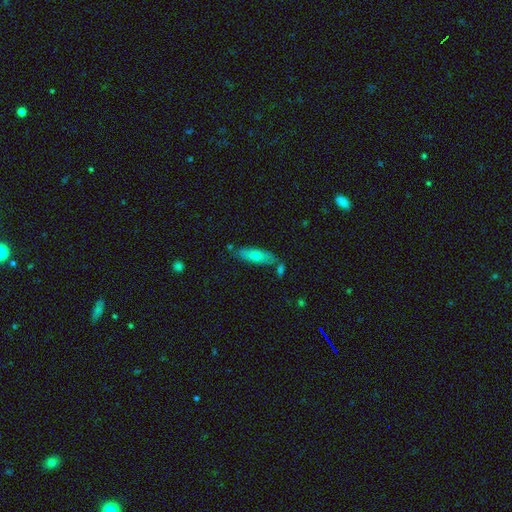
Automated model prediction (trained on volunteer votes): Morphology: type=smooth (67%); roundness=in between (55%); merging=none (71%).